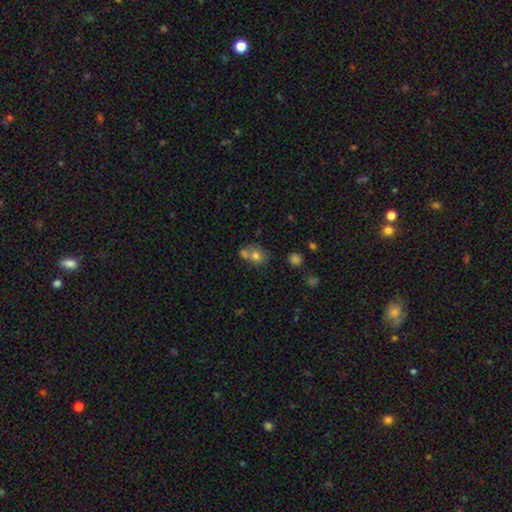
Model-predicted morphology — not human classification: smooth 72%, featured or disk 17%, star or artifact 11%. Down the decision tree: how rounded — round (63%); merging — merger (44%).